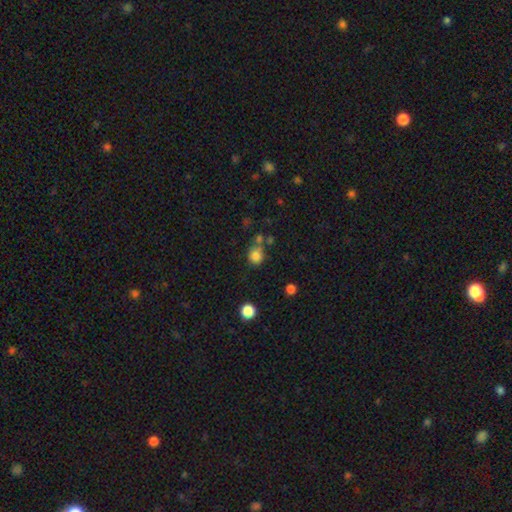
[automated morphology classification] smooth_or_featured: smooth (p=0.81) [alt: star or artifact p=0.13]
how_rounded: round (p=0.78) [alt: in between p=0.21]
merging: none (p=0.62) [alt: merger p=0.19]